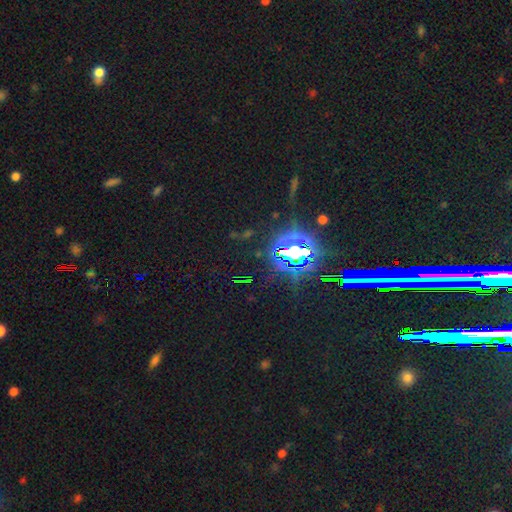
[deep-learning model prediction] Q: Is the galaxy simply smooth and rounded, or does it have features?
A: star or artifact — 84%.